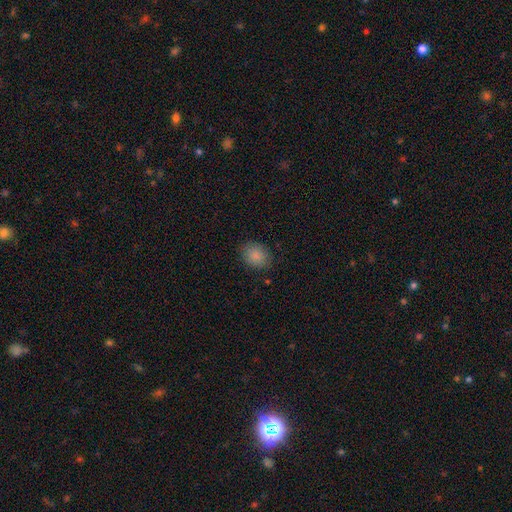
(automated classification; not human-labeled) smooth 86%, star or artifact 9%, featured or disk 5%. Down the decision tree: how rounded — in between (54%); merging — none (85%).